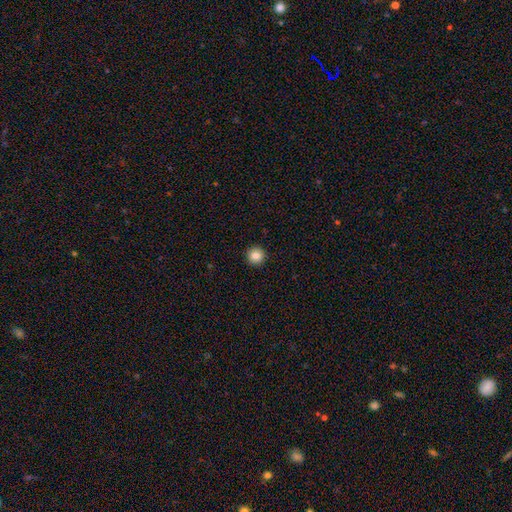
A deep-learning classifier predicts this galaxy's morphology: smooth-or-featured: smooth: 86% | star or artifact: 10% | featured or disk: 4%
  how-rounded: round: 96% | in between: 3% | cigar-shaped: 1%
  merging: none: 93% | minor disturbance: 4% | major disturbance: 2% | merger: 1%